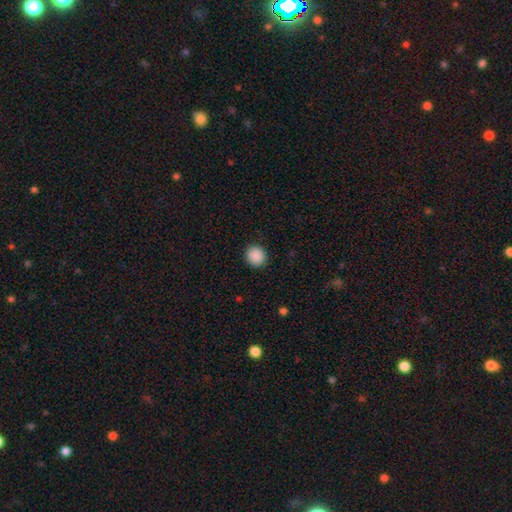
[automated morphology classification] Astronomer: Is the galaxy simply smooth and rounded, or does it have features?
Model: smooth — 90%.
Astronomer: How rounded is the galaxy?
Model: round — 86%.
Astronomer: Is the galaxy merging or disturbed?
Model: none — 91%.